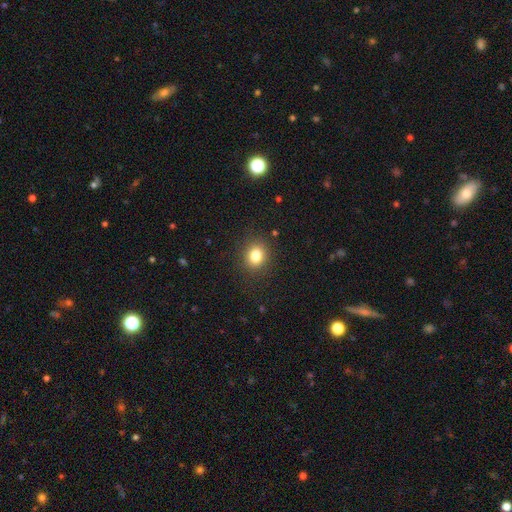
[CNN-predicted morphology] A smooth galaxy with no disk features (81%) that is round (69%).

Vote fractions:
- Smooth or featured? smooth: 81% / star or artifact: 12% / featured or disk: 7%
- How rounded? round: 69% / in between: 30% / cigar-shaped: 1%
- Merging? none: 88% / minor disturbance: 8% / major disturbance: 3% / merger: 1%